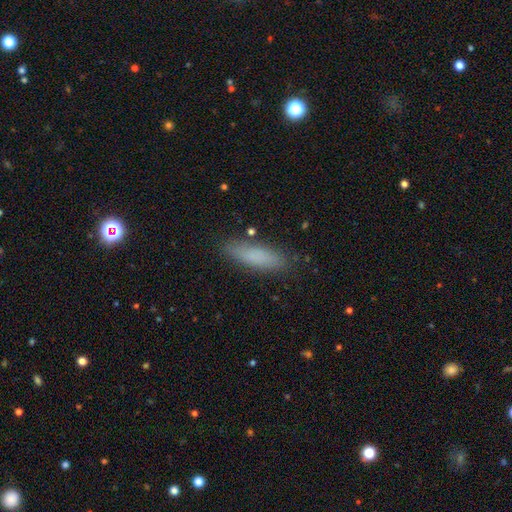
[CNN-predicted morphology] smooth-or-featured: smooth: 79% | featured or disk: 11% | star or artifact: 10%
  how-rounded: cigar-shaped: 61% | in between: 37% | round: 2%
  merging: none: 84% | minor disturbance: 12% | major disturbance: 3% | merger: 2%